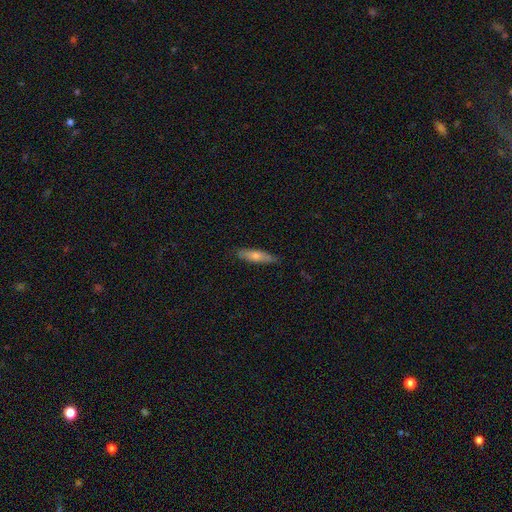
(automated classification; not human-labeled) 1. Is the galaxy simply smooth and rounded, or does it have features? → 58% smooth, 36% featured or disk, 6% star or artifact.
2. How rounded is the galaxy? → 74% cigar-shaped, 24% in between, 2% round.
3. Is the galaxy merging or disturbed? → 84% none, 13% minor disturbance, 2% major disturbance, 1% merger.